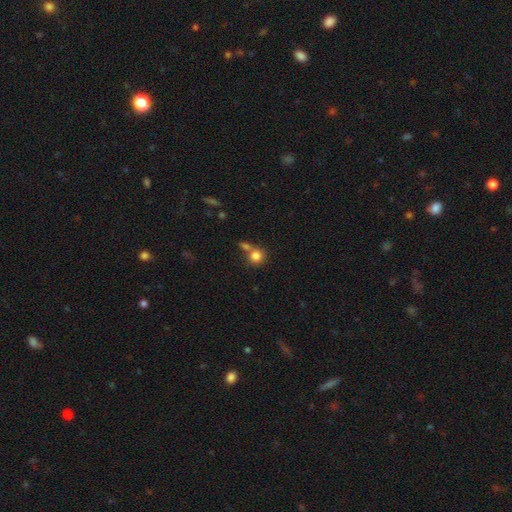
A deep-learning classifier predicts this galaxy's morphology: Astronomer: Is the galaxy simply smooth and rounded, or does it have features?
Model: smooth — 82%.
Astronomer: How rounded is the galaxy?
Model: round — 88%.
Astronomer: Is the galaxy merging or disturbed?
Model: none — 54% (runner-up: merger, 32%).